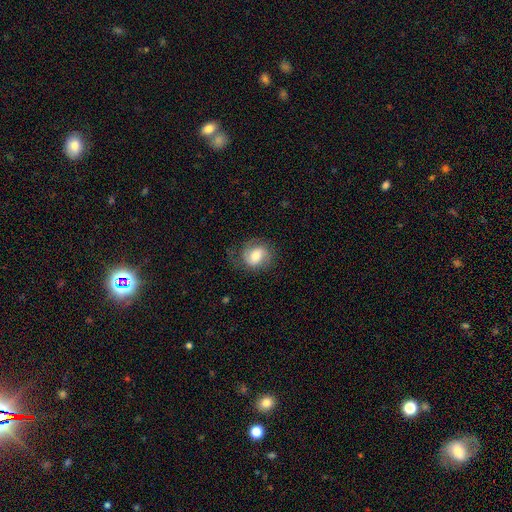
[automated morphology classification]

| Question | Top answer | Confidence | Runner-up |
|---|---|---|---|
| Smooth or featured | smooth | 49% | featured or disk (43%) |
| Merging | none | 65% | minor disturbance (22%) |